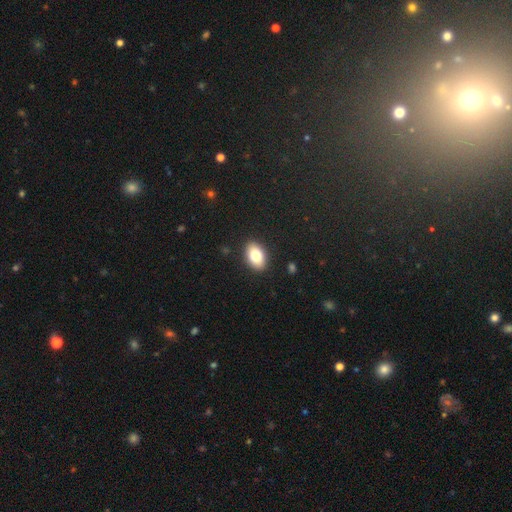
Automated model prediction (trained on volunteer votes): A smooth galaxy with no disk features (81%) that is in between round and cigar-shaped (89%). Merging: none (89%).